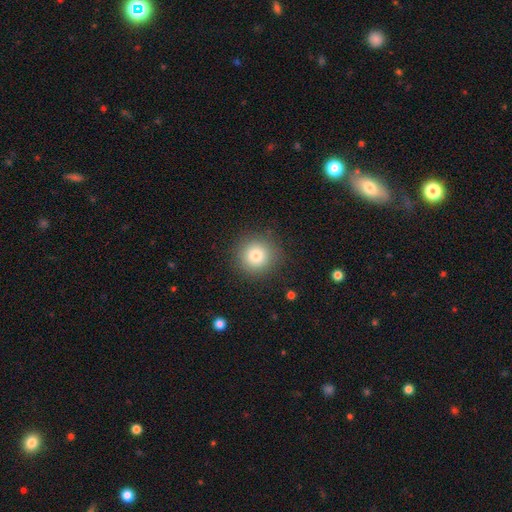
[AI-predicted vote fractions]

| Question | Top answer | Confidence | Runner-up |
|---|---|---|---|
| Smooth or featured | smooth | 80% | star or artifact (11%) |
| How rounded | round | 94% | in between (5%) |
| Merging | none | 89% | minor disturbance (7%) |